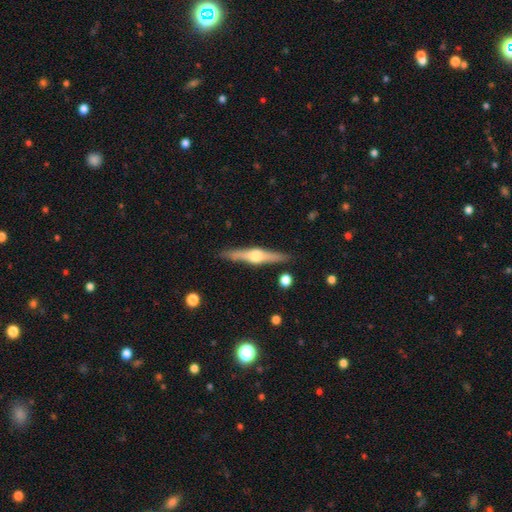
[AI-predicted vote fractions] Q: Smooth or featured?
A: featured or disk (76%); runner-up: smooth (18%)
Q: Edge-on disk?
A: yes (98%); runner-up: no (2%)
Q: Edge-on bulge?
A: rounded (94%); runner-up: boxy (4%)
Q: Merging?
A: none (89%); runner-up: minor disturbance (8%)